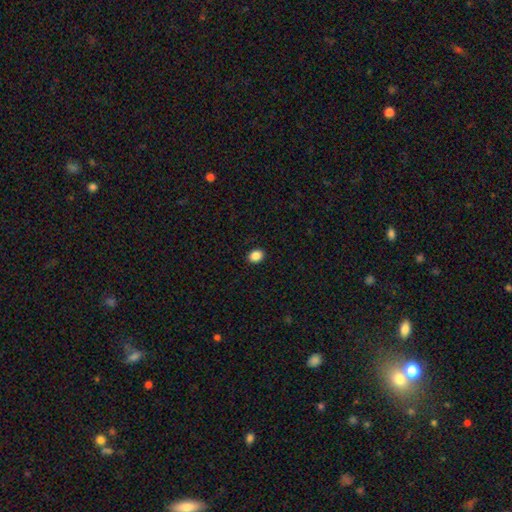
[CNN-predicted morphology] A smooth galaxy with no disk features (87%) that is round (50%).

Vote fractions:
- Smooth or featured? smooth: 87% / star or artifact: 10% / featured or disk: 3%
- How rounded? round: 50% / in between: 49% / cigar-shaped: 1%
- Merging? none: 91% / minor disturbance: 6% / major disturbance: 2% / merger: 1%